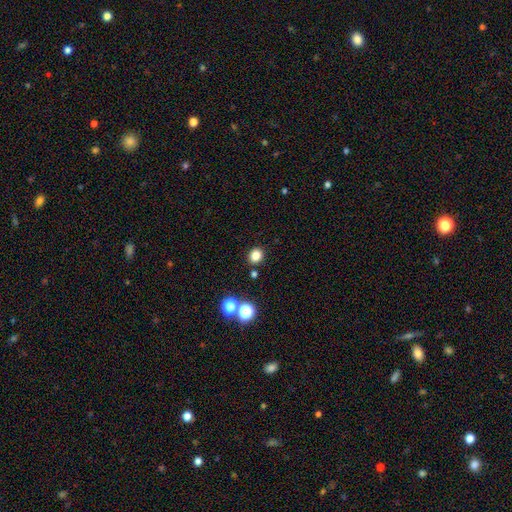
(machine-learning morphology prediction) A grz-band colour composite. It shows a smooth galaxy with no disk features (81%) that is round (73%). Merging: none (87%).